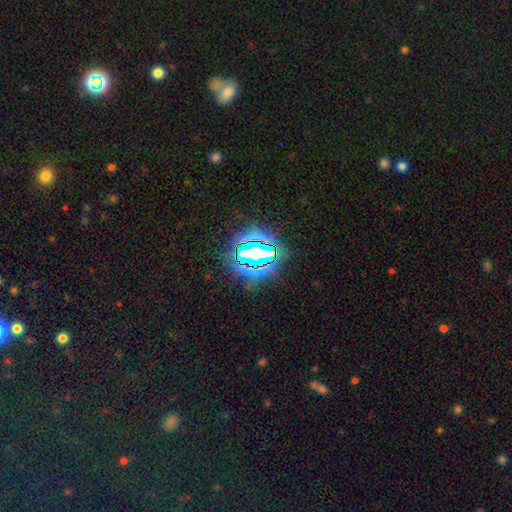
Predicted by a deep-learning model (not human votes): A star or artifact, not a galaxy (72%).

Vote fractions:
- Smooth or featured? star or artifact: 72% / smooth: 14% / featured or disk: 13%